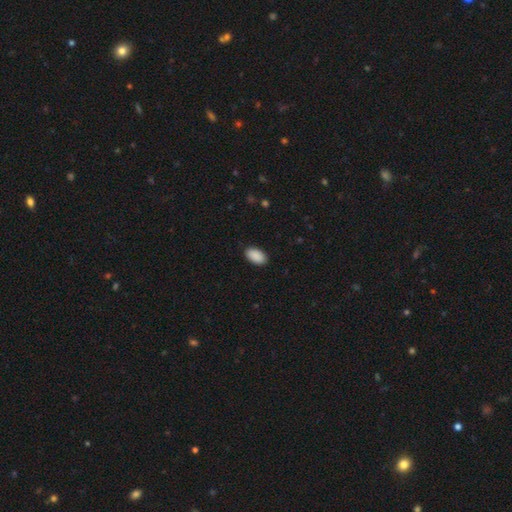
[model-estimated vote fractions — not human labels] smooth 91%, star or artifact 6%, featured or disk 2%. Down the decision tree: how rounded — in between (95%); merging — none (90%).